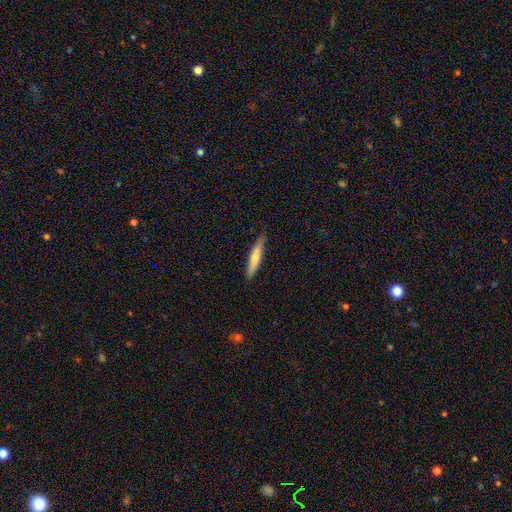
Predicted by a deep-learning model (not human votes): Smooth or featured? smooth (60%)
How rounded? cigar-shaped (91%)
Merging? none (86%)